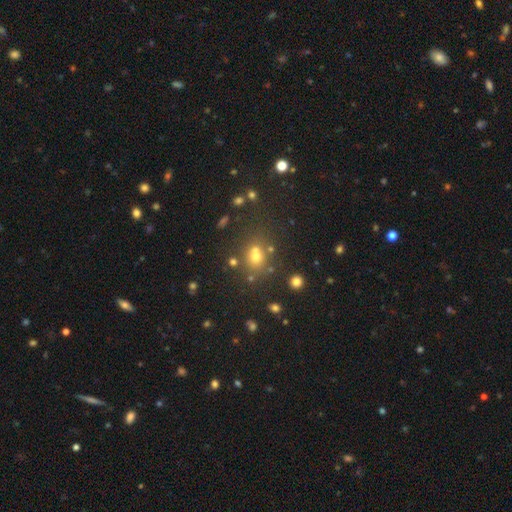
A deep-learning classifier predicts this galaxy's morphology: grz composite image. It shows a smooth galaxy with no disk features (60%) that is round (68%). Merging: none (56%).